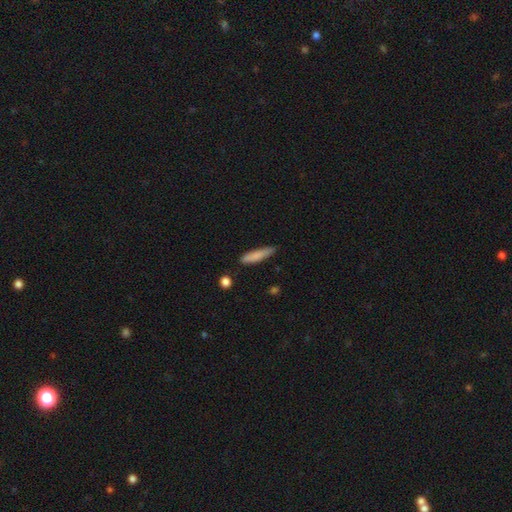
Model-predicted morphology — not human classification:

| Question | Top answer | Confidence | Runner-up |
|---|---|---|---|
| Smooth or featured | smooth | 80% | featured or disk (14%) |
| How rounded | cigar-shaped | 85% | in between (13%) |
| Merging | none | 76% | minor disturbance (19%) |